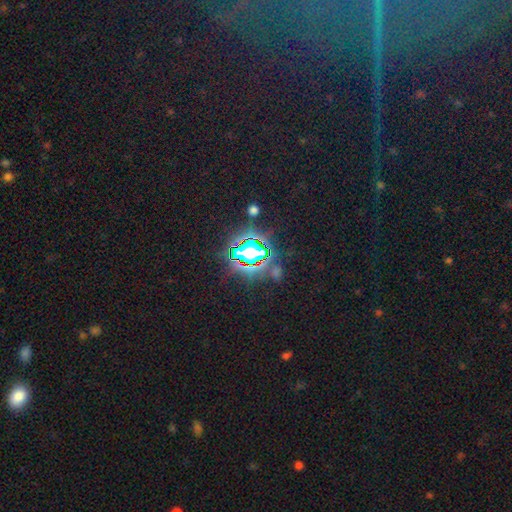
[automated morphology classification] Smooth or featured? star or artifact (83%)